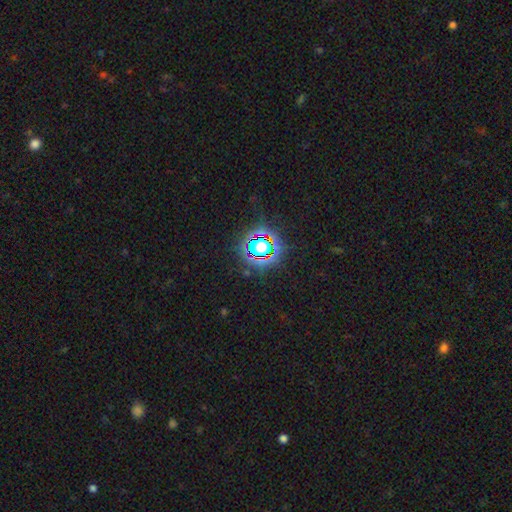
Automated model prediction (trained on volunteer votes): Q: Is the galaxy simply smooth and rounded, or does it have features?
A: star or artifact — 78%.